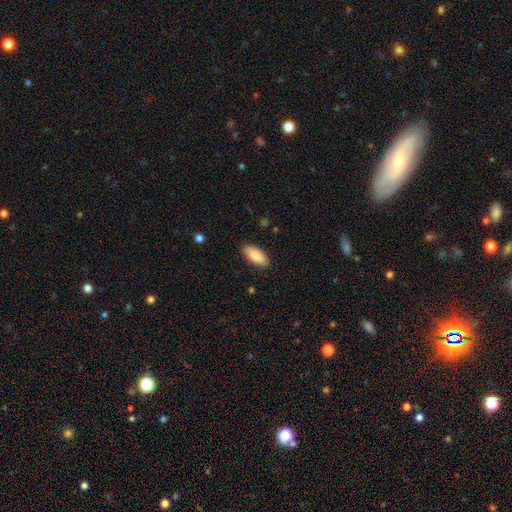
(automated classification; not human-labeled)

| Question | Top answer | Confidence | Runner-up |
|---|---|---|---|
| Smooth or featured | smooth | 88% | featured or disk (6%) |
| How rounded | in between | 85% | cigar-shaped (13%) |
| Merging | none | 88% | minor disturbance (9%) |